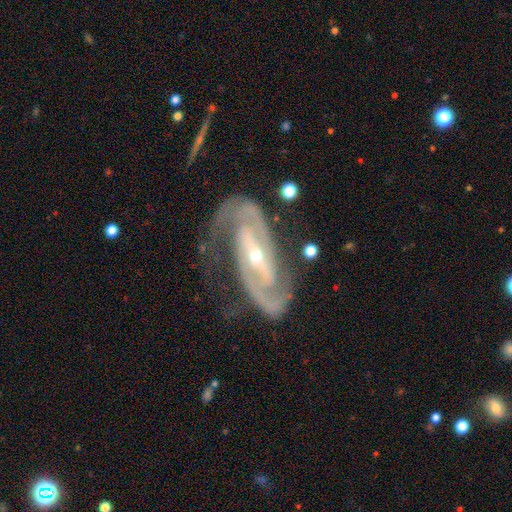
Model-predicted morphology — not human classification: smooth_or_featured: featured or disk (p=0.92) [alt: star or artifact p=0.05]
disk_edge_on: no (p=0.95) [alt: yes p=0.05]
bar: strong (p=0.54) [alt: weak p=0.28]
has_spiral_arms: yes (p=0.98) [alt: no p=0.02]
spiral_winding: tight (p=0.52) [alt: medium p=0.40]
spiral_arm_count: 2 (p=0.87) [alt: 3 p=0.04]
bulge_size: small (p=0.62) [alt: moderate p=0.35]
merging: none (p=0.68) [alt: minor disturbance p=0.18]